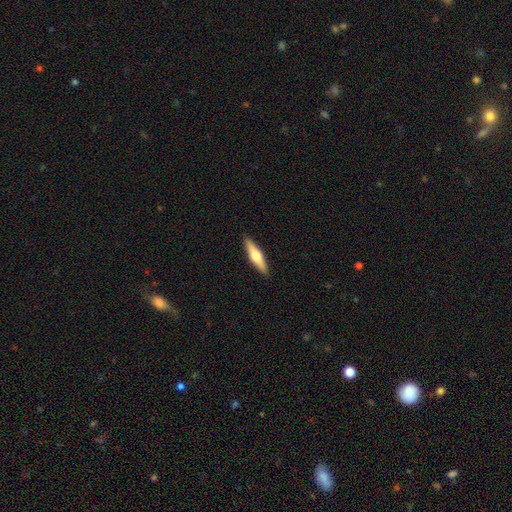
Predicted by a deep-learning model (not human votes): This appears to be a featured or disk galaxy (48%). Merging: none (91%).